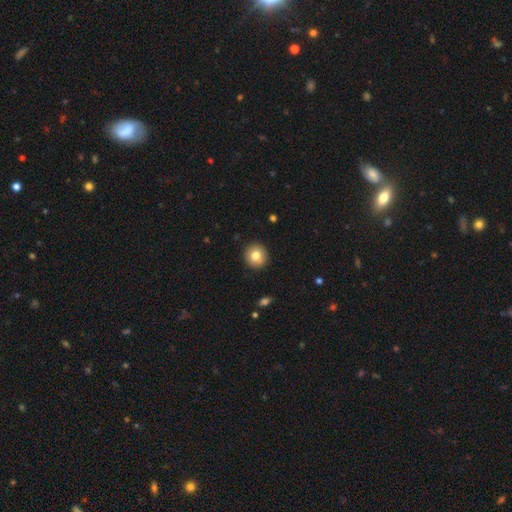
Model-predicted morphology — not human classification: Smooth or featured? smooth (79%)
How rounded? round (94%)
Merging? none (91%)